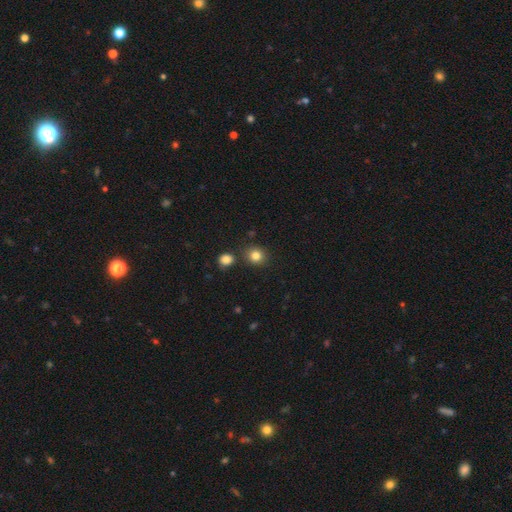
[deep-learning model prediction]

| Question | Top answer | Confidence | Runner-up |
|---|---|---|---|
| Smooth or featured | smooth | 83% | star or artifact (12%) |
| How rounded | round | 81% | in between (18%) |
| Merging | none | 82% | minor disturbance (9%) |